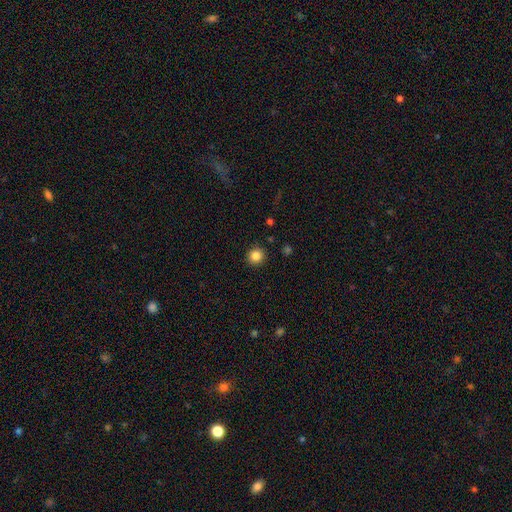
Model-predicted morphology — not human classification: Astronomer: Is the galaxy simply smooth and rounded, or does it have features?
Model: smooth — 85%.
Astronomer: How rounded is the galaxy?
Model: round — 92%.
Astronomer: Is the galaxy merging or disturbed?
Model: none — 91%.